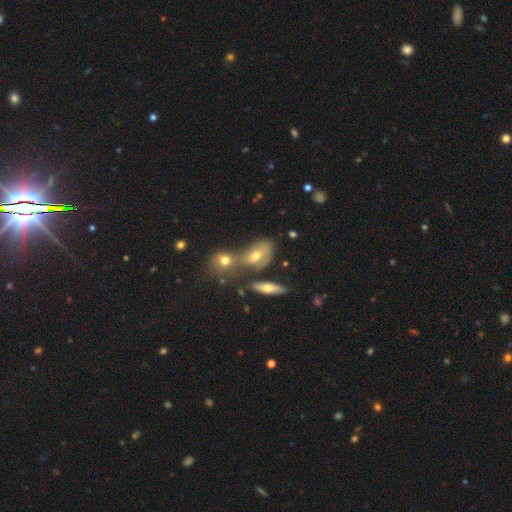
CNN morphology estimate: smooth_or_featured: smooth (p=0.58) [alt: featured or disk p=0.30]
how_rounded: in between (p=0.76) [alt: round p=0.18]
merging: merger (p=0.45) [alt: none p=0.37]